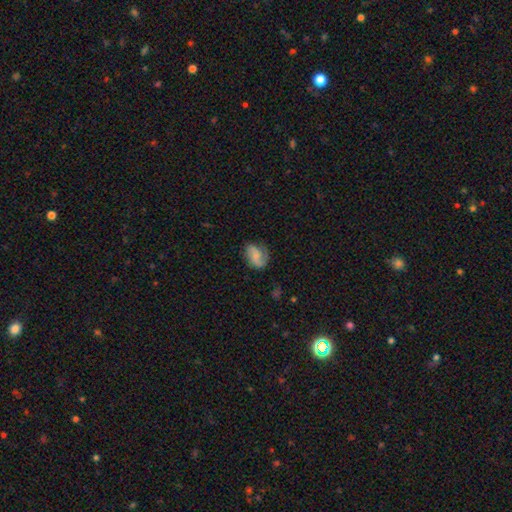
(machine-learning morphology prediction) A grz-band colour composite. It shows a featured or disk galaxy (49%). Merging: none (63%).